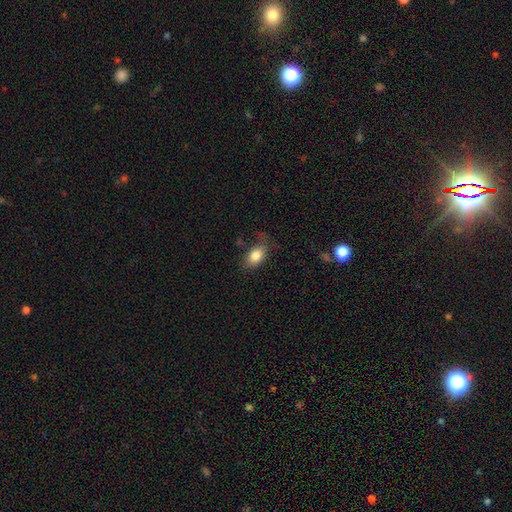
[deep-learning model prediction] smooth 83%, featured or disk 10%, star or artifact 8%. Down the decision tree: how rounded — in between (86%); merging — none (62%).